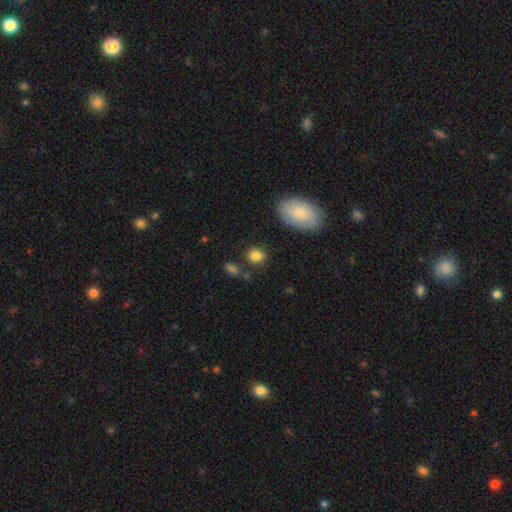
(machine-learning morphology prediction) Smooth or featured?
  - smooth: 84% *
  - star or artifact: 10%
  - featured or disk: 6%
How rounded?
  - round: 59% *
  - in between: 40%
  - cigar-shaped: 2%
Merging?
  - none: 79% *
  - minor disturbance: 11%
  - merger: 6%
  - major disturbance: 3%